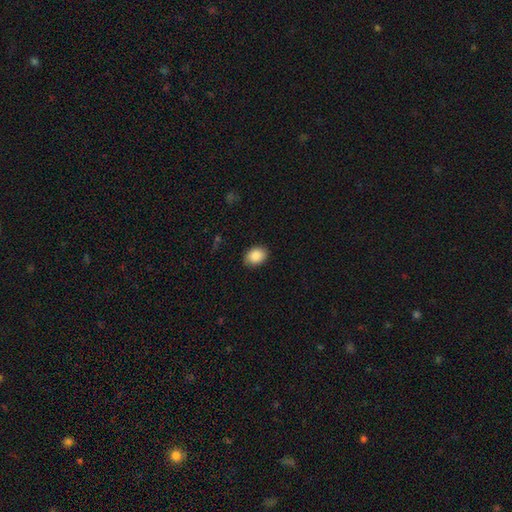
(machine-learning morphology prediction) smooth_or_featured: smooth (p=0.89) [alt: star or artifact p=0.07]
how_rounded: in between (p=0.65) [alt: round p=0.34]
merging: none (p=0.85) [alt: minor disturbance p=0.11]